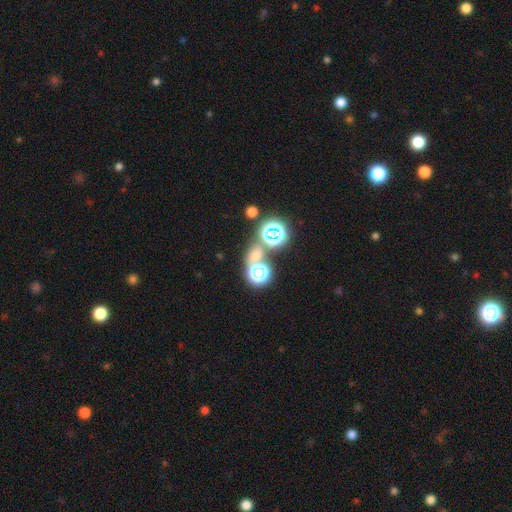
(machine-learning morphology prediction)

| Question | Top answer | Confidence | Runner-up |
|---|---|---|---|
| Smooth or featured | smooth | 46% | star or artifact (43%) |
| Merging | none | 53% | merger (34%) |